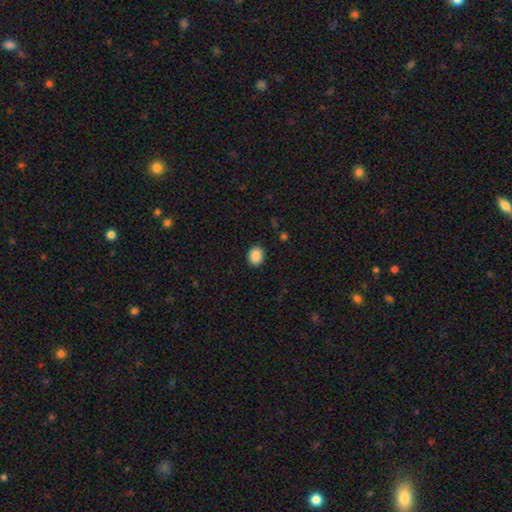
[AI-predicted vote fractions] This appears to be a smooth galaxy with no disk features (88%) that is round (63%). Merging: none (90%).